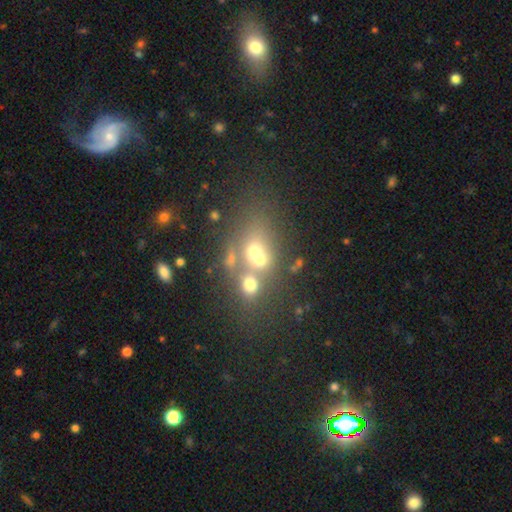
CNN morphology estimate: type=smooth (47%); merging=merger (51%).